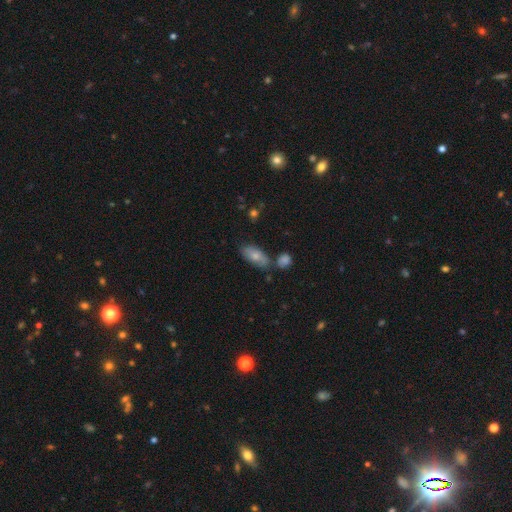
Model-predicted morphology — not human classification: A smooth galaxy with no disk features (74%) that is in between round and cigar-shaped (88%). Merging: none (65%).